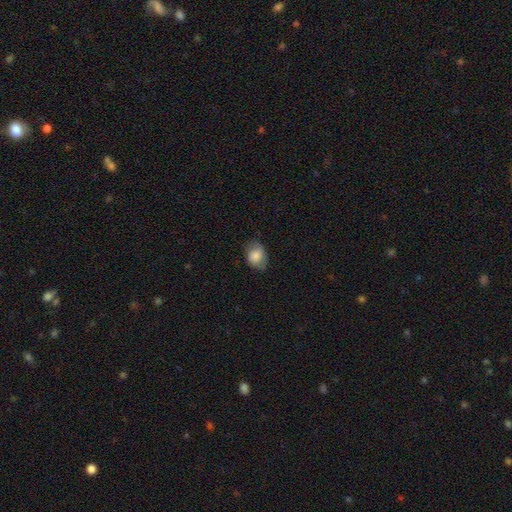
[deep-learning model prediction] Morphology: type=smooth (77%); roundness=in between (66%); merging=none (68%).